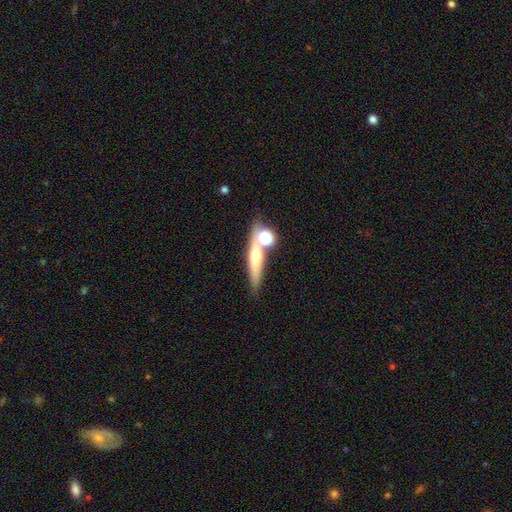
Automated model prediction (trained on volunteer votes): A featured or disk galaxy (44%). Merging: none (61%).